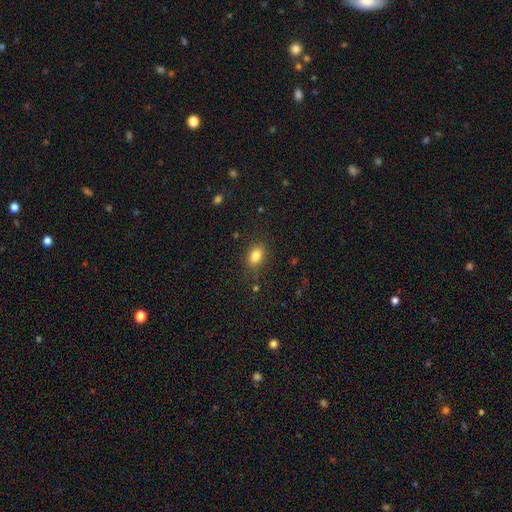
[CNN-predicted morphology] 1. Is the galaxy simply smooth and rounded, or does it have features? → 82% smooth, 10% star or artifact, 8% featured or disk.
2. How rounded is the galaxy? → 80% in between, 17% round, 2% cigar-shaped.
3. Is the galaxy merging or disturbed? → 82% none, 13% minor disturbance, 4% major disturbance, 2% merger.